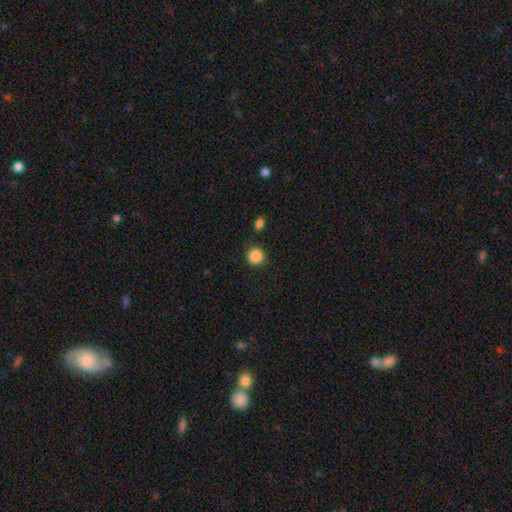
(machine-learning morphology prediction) A smooth galaxy with no disk features (87%) that is round (92%). Merging: none (86%).